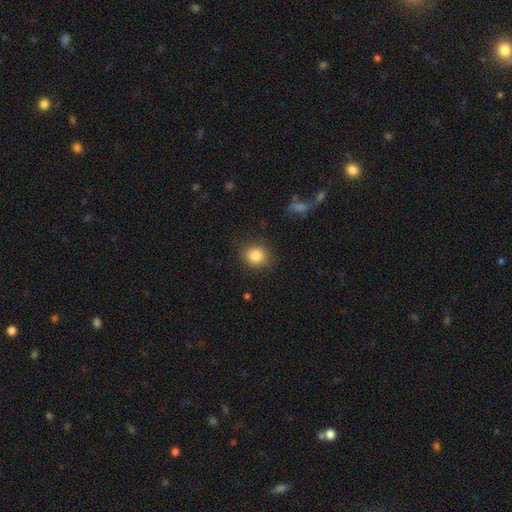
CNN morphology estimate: Smooth or featured? Predicted: smooth (p=0.83). How rounded? Predicted: round (p=0.83). Merging? Predicted: none (p=0.86).